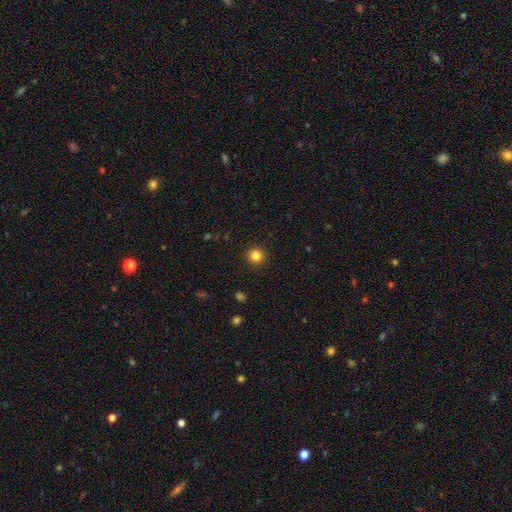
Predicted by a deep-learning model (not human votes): Smooth or featured? Predicted: smooth (p=0.83). How rounded? Predicted: round (p=0.94). Merging? Predicted: none (p=0.93).